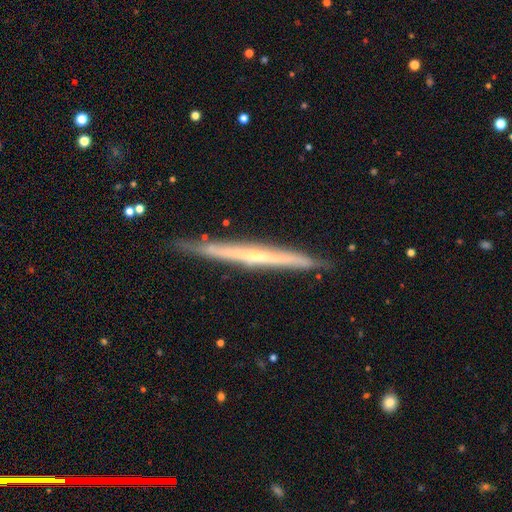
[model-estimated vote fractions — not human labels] The model was most divided on "edge-on bulge": none: 59%, rounded: 37%, boxy: 4%. More confident: edge-on disk — yes (96%); merging — none (87%); smooth or featured — featured or disk (72%).